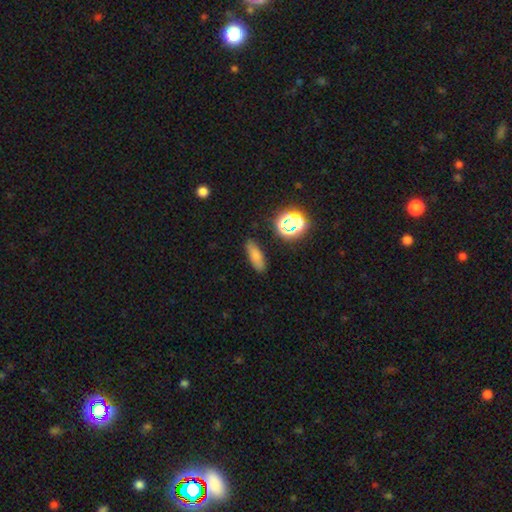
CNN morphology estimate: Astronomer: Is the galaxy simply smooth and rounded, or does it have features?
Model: smooth — 73%.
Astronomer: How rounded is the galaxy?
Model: in between — 62%.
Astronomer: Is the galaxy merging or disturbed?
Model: none — 82%.